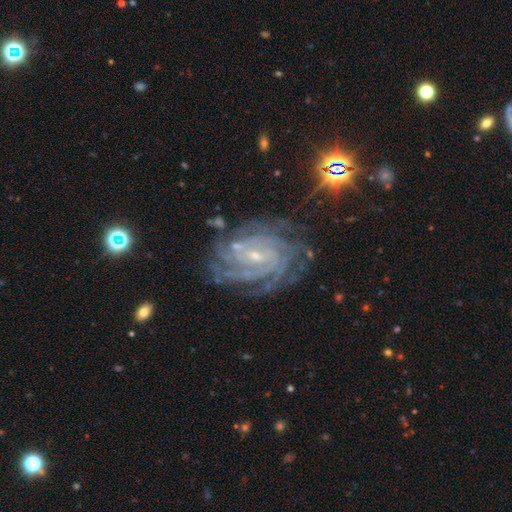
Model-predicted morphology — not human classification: A featured or disk galaxy (89%) with a weak bar (47%), 4 (28%) tight (75%) spiral arms (98%) and a small central bulge (79%).

Vote fractions:
- Smooth or featured? featured or disk: 89% / star or artifact: 7% / smooth: 4%
- Edge-on disk? no: 97% / yes: 3%
- Bar? weak: 47% / no: 33% / strong: 20%
- Spiral arms? yes: 98% / no: 2%
- Spiral winding? tight: 75% / medium: 22% / loose: 4%
- Spiral arm count? 4: 28% / can't tell: 22% / more than 4: 18% / 3: 14% / 2: 10% / 1: 7%
- Bulge size? small: 79% / moderate: 16% / none: 3% / large: 1% / dominant: 1%
- Merging? none: 74% / minor disturbance: 17% / major disturbance: 7% / merger: 2%